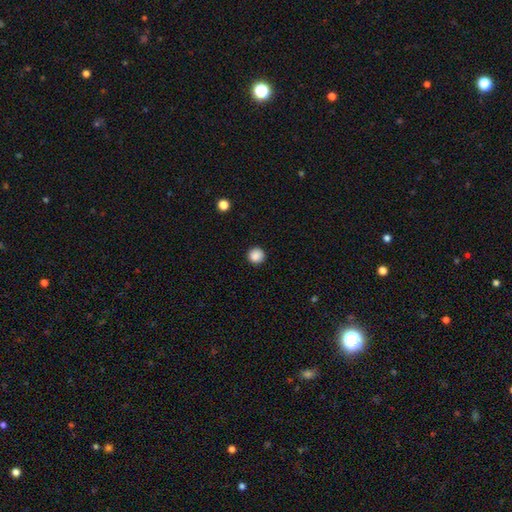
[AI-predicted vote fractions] Smooth or featured? Predicted: smooth (p=0.88). How rounded? Predicted: round (p=0.96). Merging? Predicted: none (p=0.92).